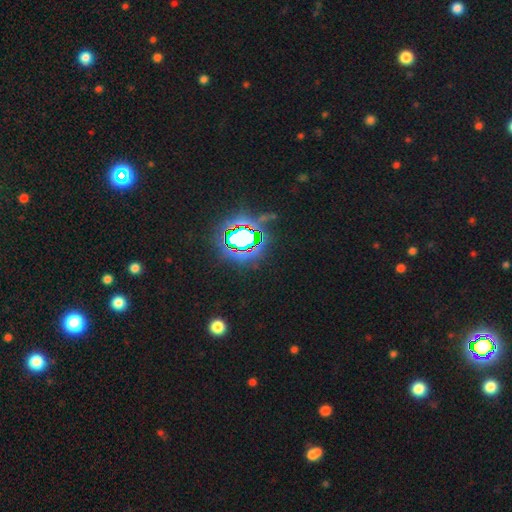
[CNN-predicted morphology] smooth-or-featured: star or artifact: 84% | smooth: 9% | featured or disk: 6%